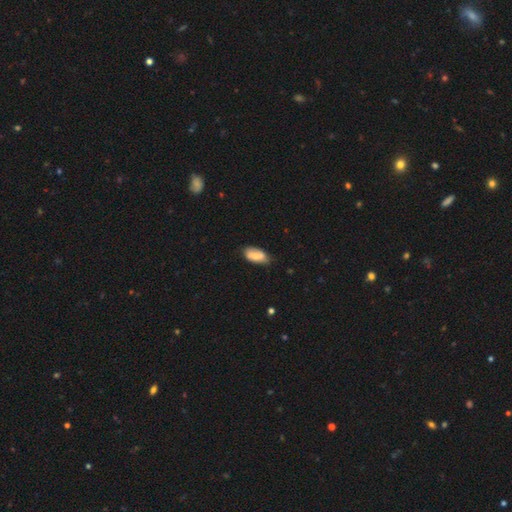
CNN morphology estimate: smooth_or_featured: smooth (p=0.69) [alt: featured or disk p=0.24]
how_rounded: in between (p=0.92) [alt: cigar-shaped p=0.05]
merging: none (p=0.68) [alt: minor disturbance p=0.25]